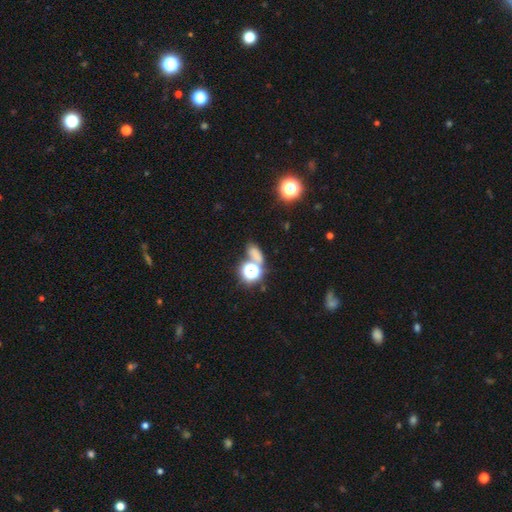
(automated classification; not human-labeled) Smooth or featured? smooth (56%)
How rounded? in between (50%)
Merging? none (55%)